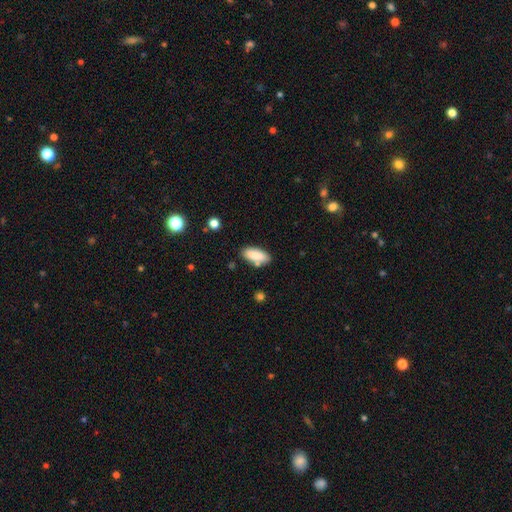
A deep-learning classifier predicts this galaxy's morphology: This appears to be a smooth galaxy with no disk features (85%) that is in between round and cigar-shaped (80%). Merging: none (77%).